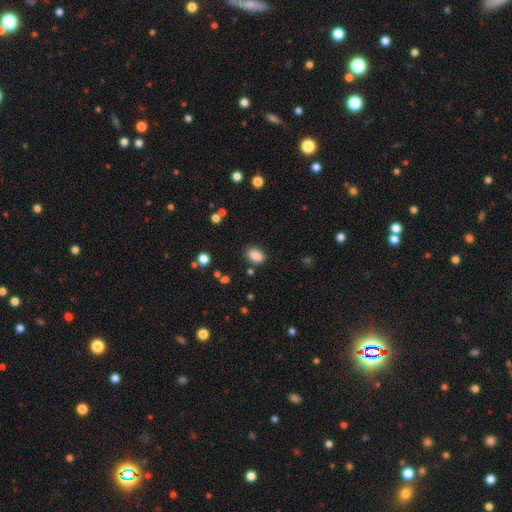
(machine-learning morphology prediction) A smooth galaxy with no disk features (86%) that is in between round and cigar-shaped (79%).

Vote fractions:
- Smooth or featured? smooth: 86% / star or artifact: 9% / featured or disk: 4%
- How rounded? in between: 79% / round: 20% / cigar-shaped: 1%
- Merging? none: 84% / minor disturbance: 10% / major disturbance: 3% / merger: 3%